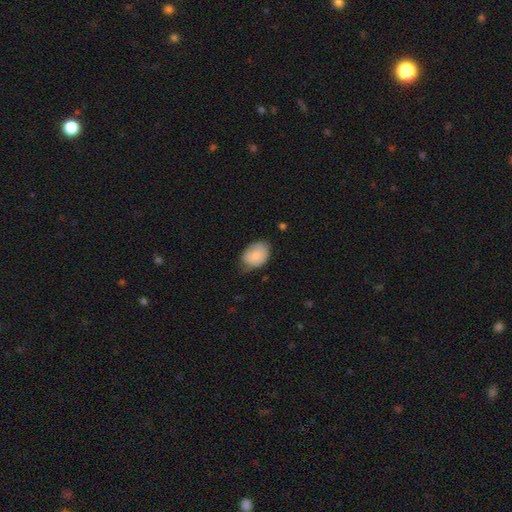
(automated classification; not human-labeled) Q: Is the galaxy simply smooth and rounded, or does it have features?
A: smooth — 83%.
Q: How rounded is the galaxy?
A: in between — 78%.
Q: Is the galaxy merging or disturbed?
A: none — 54%.